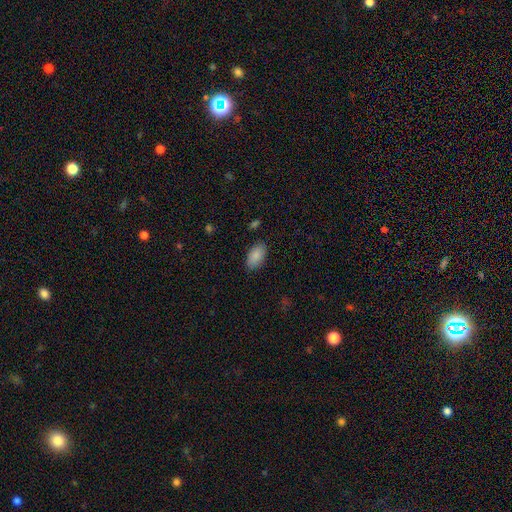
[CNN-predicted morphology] This is clearly a smooth galaxy (88%). How rounded: clearly in between (95%). Merging: clearly none (86%).